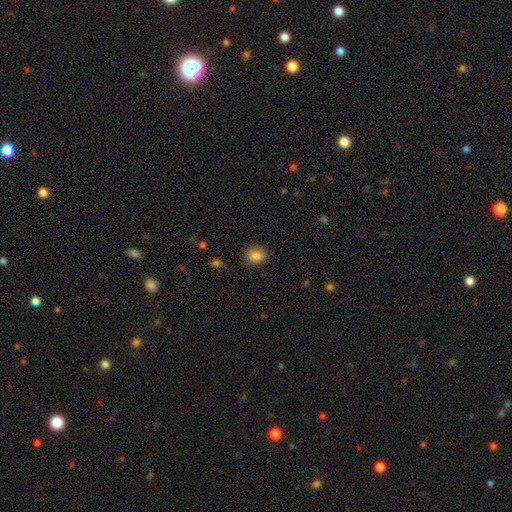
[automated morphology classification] smooth_or_featured: smooth (p=0.86) [alt: star or artifact p=0.09]
how_rounded: in between (p=0.54) [alt: round p=0.45]
merging: none (p=0.81) [alt: minor disturbance p=0.14]